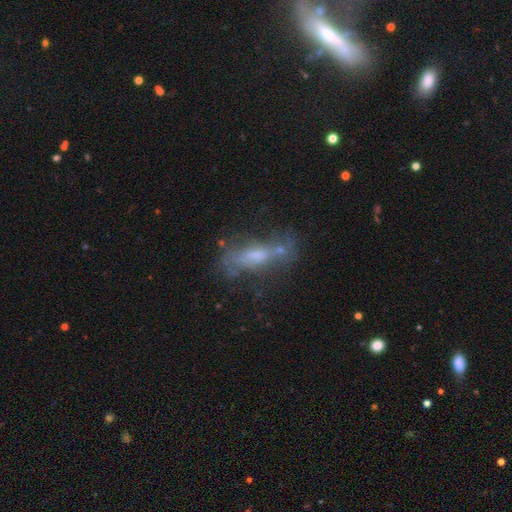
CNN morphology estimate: This appears to be a featured or disk galaxy (54%). Merging: none (46%).